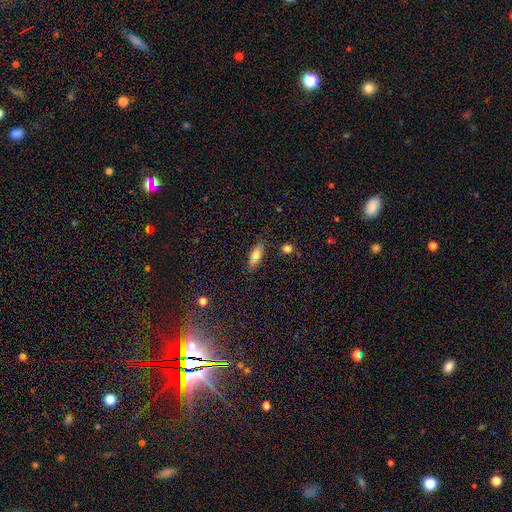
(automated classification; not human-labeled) Smooth or featured? Predicted: smooth (p=0.71). How rounded? Predicted: in between (p=0.72). Merging? Predicted: none (p=0.80).